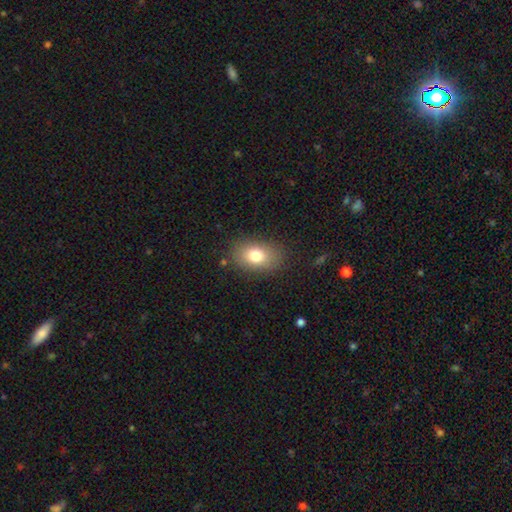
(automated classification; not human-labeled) The model was most divided on "how rounded": in between: 80%, round: 19%, cigar-shaped: 1%. More confident: merging — none (84%); smooth or featured — smooth (77%).